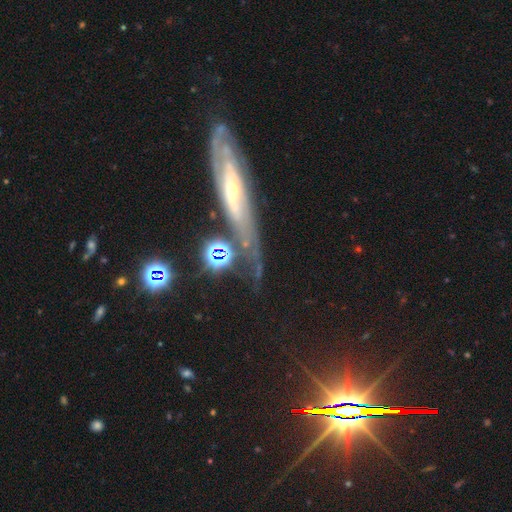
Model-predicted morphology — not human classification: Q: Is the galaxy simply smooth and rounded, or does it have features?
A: featured or disk — 74%.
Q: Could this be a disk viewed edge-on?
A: yes — 52%.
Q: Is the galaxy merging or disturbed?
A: none — 62%.